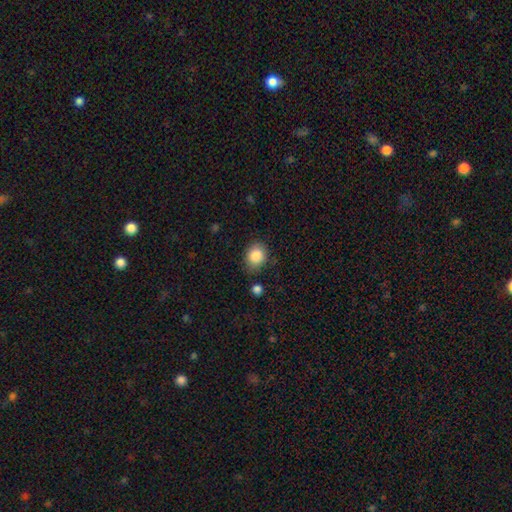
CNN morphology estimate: Smooth or featured?
  - smooth: 86% *
  - star or artifact: 9%
  - featured or disk: 5%
How rounded?
  - round: 56% *
  - in between: 43%
  - cigar-shaped: 1%
Merging?
  - none: 78% *
  - minor disturbance: 15%
  - major disturbance: 4%
  - merger: 3%